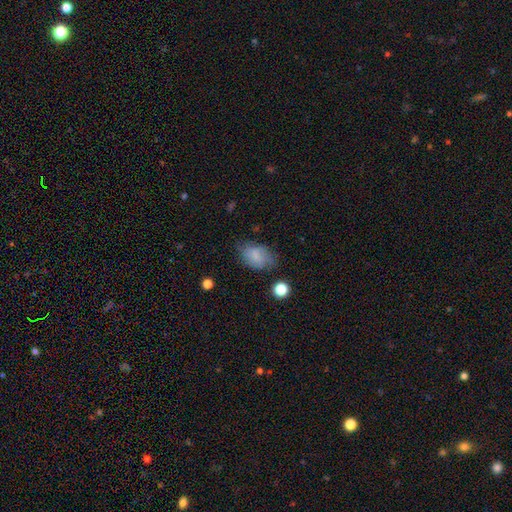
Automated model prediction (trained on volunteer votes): The model was most divided on "merging": none: 60%, minor disturbance: 27%, major disturbance: 10%, merger: 2%. More confident: how rounded — in between (83%); smooth or featured — smooth (75%).